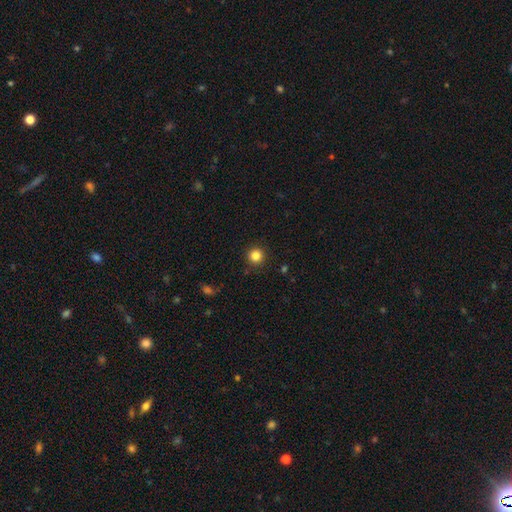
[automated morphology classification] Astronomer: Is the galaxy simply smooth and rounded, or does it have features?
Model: smooth — 84%.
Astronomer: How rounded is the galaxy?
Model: round — 95%.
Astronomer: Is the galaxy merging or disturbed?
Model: none — 92%.